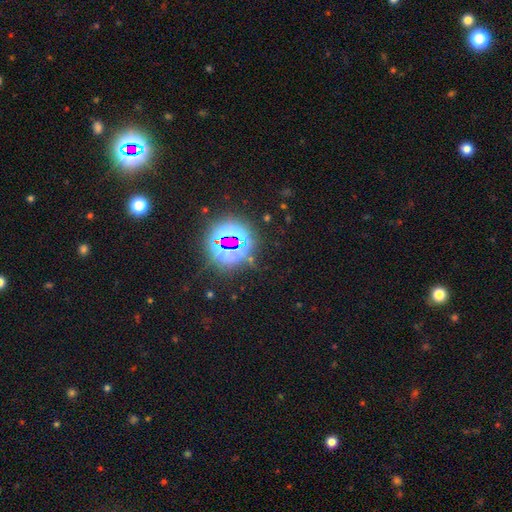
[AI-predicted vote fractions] Smooth or featured? Predicted: star or artifact (p=0.80).